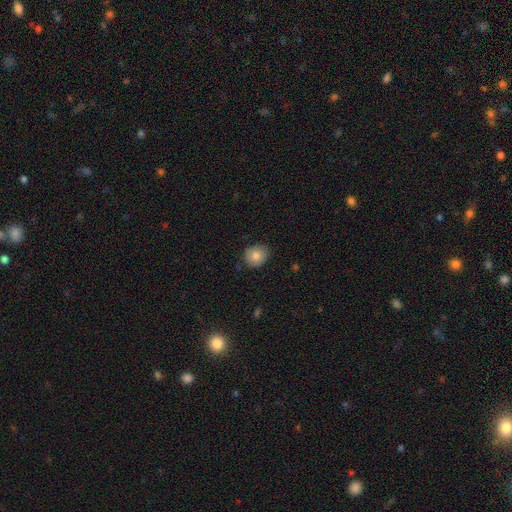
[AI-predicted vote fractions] smooth 81%, featured or disk 10%, star or artifact 8%. Down the decision tree: how rounded — round (74%); merging — none (82%).